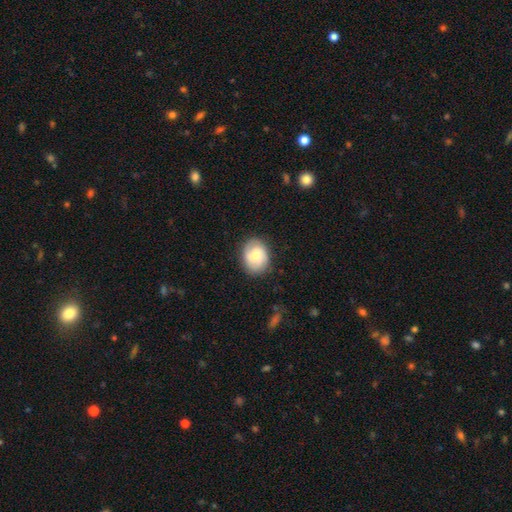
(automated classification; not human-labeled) The model was most divided on "how rounded": in between: 53%, round: 46%, cigar-shaped: 1%. More confident: merging — none (82%); smooth or featured — smooth (53%).